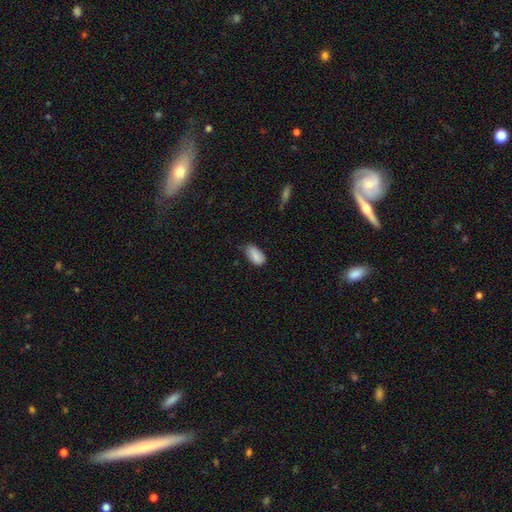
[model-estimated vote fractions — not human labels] A smooth galaxy with no disk features (84%) that is in between round and cigar-shaped (94%).

Vote fractions:
- Smooth or featured? smooth: 84% / featured or disk: 8% / star or artifact: 7%
- How rounded? in between: 94% / round: 4% / cigar-shaped: 3%
- Merging? none: 57% / minor disturbance: 36% / major disturbance: 6% / merger: 2%